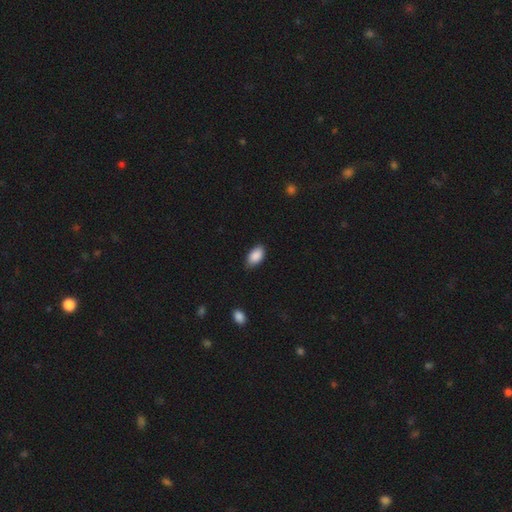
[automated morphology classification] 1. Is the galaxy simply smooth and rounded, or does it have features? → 89% smooth, 7% star or artifact, 4% featured or disk.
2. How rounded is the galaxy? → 93% in between, 4% round, 2% cigar-shaped.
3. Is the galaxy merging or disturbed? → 79% none, 17% minor disturbance, 3% major disturbance, 1% merger.